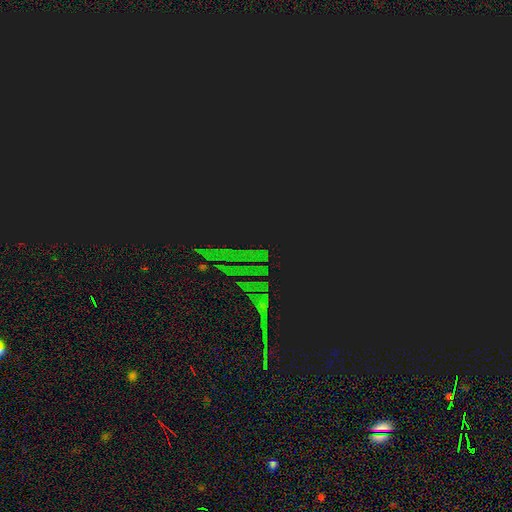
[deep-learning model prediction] Smooth or featured? star or artifact (84%)